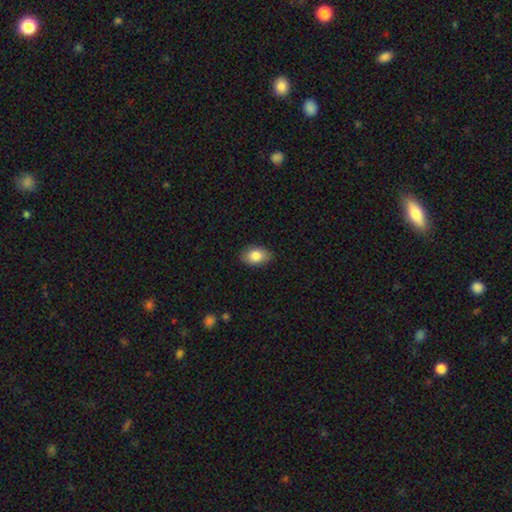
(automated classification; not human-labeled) smooth-or-featured: smooth: 84% | featured or disk: 9% | star or artifact: 7%
  how-rounded: in between: 88% | round: 11% | cigar-shaped: 1%
  merging: none: 86% | minor disturbance: 11% | major disturbance: 2% | merger: 1%